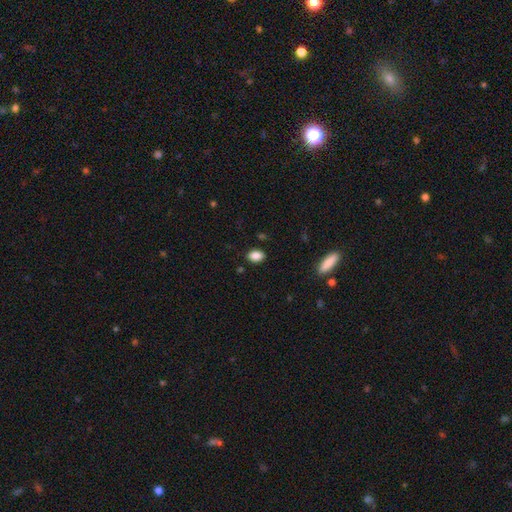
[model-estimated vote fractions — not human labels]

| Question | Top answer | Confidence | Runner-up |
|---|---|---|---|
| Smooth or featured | smooth | 87% | star or artifact (9%) |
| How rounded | in between | 85% | round (14%) |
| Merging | none | 86% | minor disturbance (10%) |